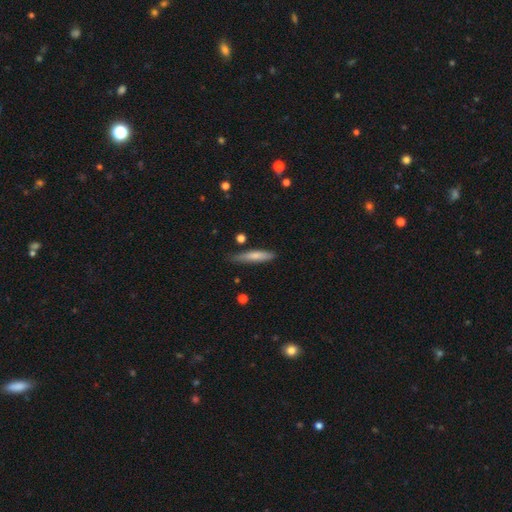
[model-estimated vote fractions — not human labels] This appears to be a smooth galaxy with no disk features (72%) that is cigar-shaped (84%). Merging: none (73%).